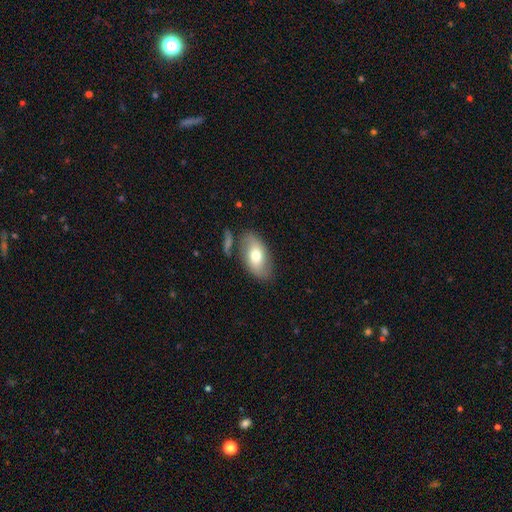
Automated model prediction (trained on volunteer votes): Smooth or featured: smooth — 60% (featured or disk — 33%)
How rounded: in between — 91% (round — 6%)
Merging: none — 70% (minor disturbance — 17%)